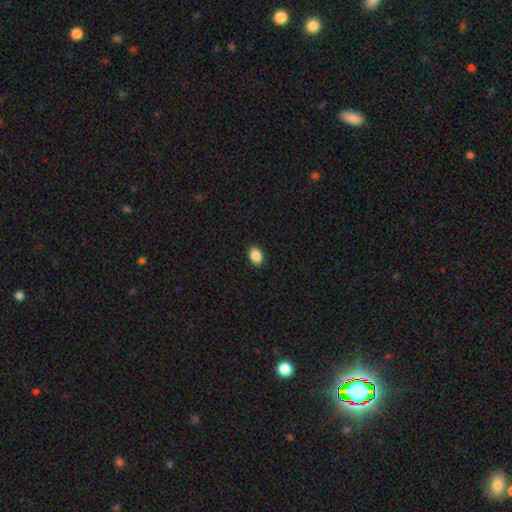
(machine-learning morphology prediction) type=smooth (88%); roundness=in between (78%); merging=none (90%).